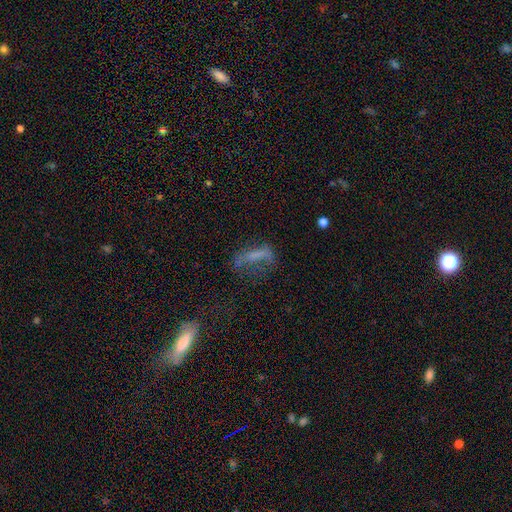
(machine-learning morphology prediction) smooth_or_featured: smooth (p=0.49) [alt: featured or disk p=0.35]
merging: major disturbance (p=0.38) [alt: none p=0.33]